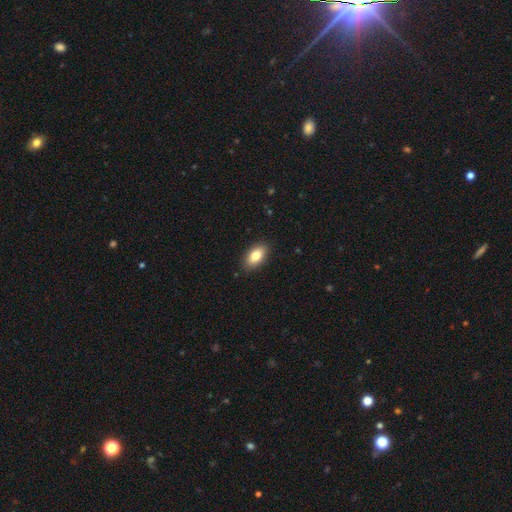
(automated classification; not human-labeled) The model was most divided on "smooth or featured": smooth: 82%, featured or disk: 11%, star or artifact: 7%. More confident: how rounded — in between (92%); merging — none (88%).